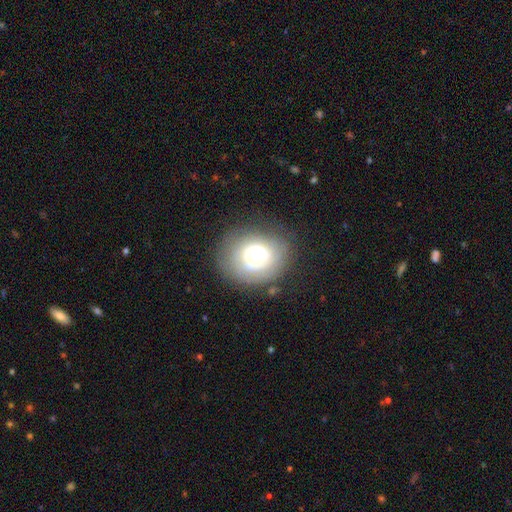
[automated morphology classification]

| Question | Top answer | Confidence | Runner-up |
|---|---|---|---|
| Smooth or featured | smooth | 48% | featured or disk (42%) |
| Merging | none | 74% | minor disturbance (16%) |